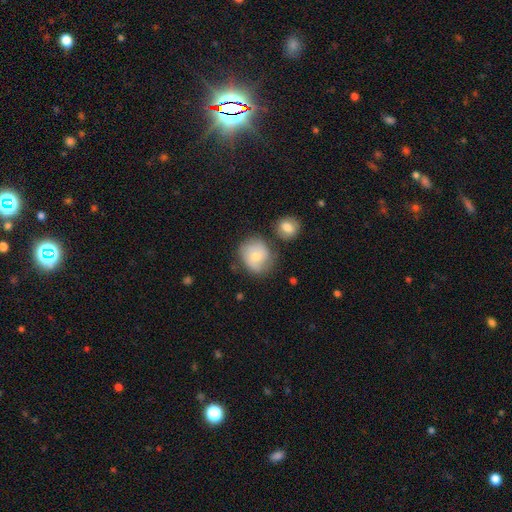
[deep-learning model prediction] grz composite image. It shows a smooth galaxy with no disk features (62%) that is round (75%). Merging: none (62%).